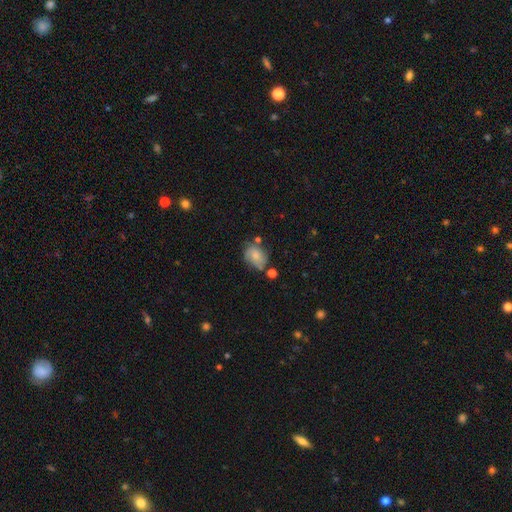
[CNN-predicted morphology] smooth-or-featured: smooth: 64% | featured or disk: 27% | star or artifact: 9%
  how-rounded: in between: 62% | round: 37% | cigar-shaped: 1%
  merging: none: 51% | minor disturbance: 28% | major disturbance: 10% | merger: 10%